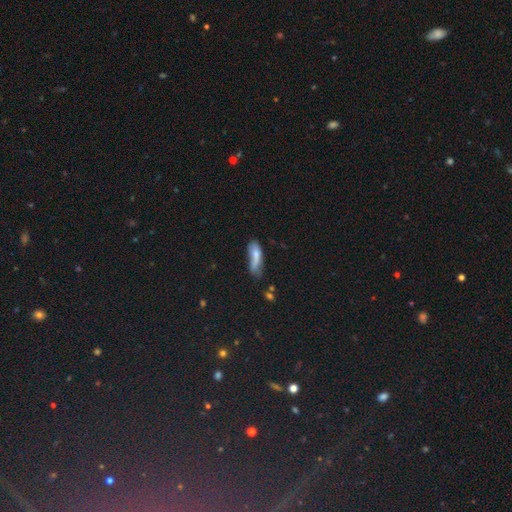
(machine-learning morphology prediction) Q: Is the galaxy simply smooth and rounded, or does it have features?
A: smooth — 68%.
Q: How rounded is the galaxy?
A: in between — 60%.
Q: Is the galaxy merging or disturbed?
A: minor disturbance — 30%.